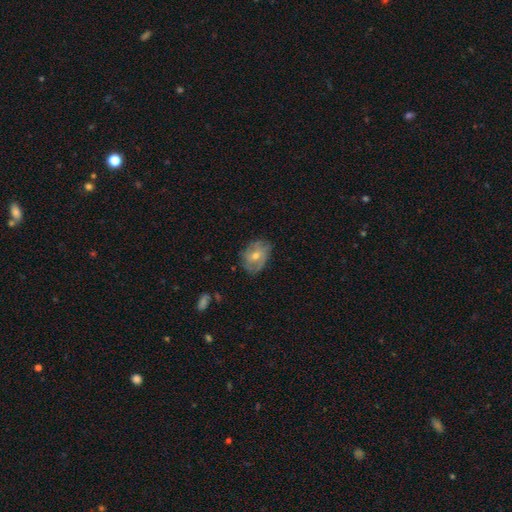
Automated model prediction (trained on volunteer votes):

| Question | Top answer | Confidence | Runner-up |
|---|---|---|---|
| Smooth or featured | featured or disk | 53% | smooth (37%) |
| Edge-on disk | no | 95% | yes (5%) |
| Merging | none | 68% | minor disturbance (24%) |